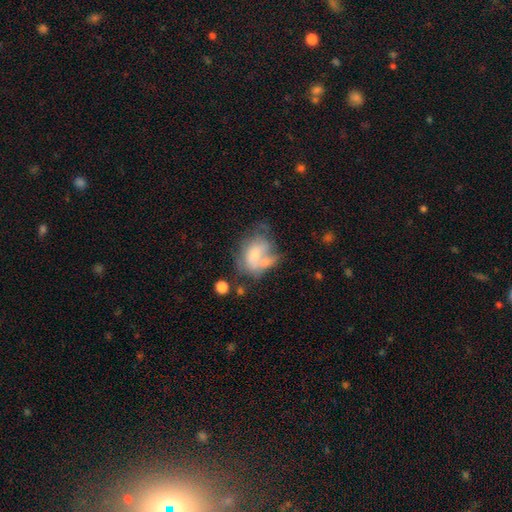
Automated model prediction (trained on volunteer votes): Morphology: type=smooth (53%); roundness=in between (65%); merging=merger (33%).